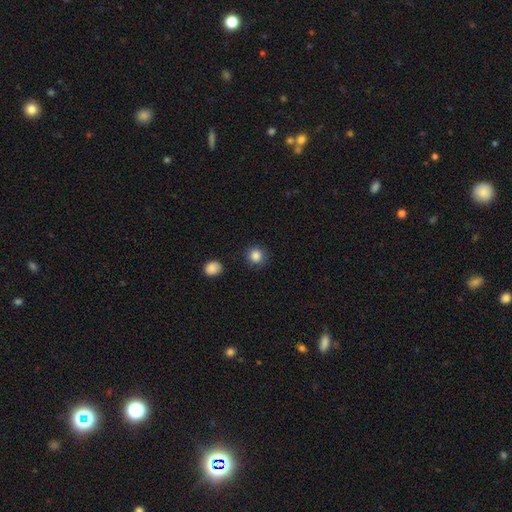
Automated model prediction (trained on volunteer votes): smooth 86%, star or artifact 11%, featured or disk 4%. Down the decision tree: how rounded — round (91%); merging — none (88%).